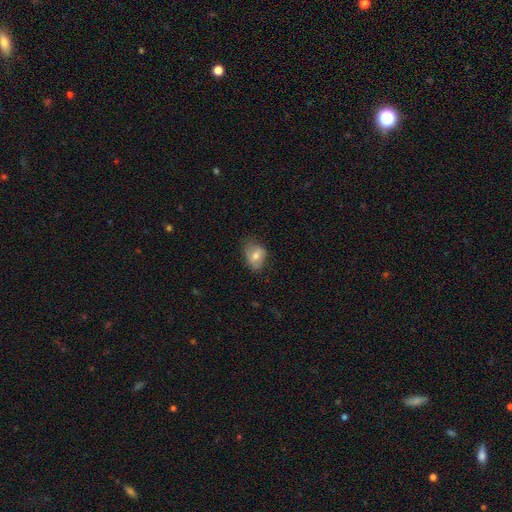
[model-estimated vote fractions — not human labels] Morphology: type=smooth (68%); roundness=in between (69%); merging=none (58%).